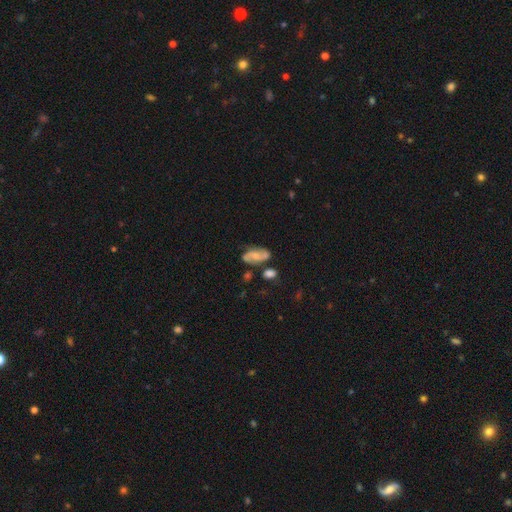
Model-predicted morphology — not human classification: A featured or disk galaxy (60%) with no bar (52%), 2 (86%) loose (42%) spiral arms (88%) and a small central bulge (38%). Merging: none (61%).